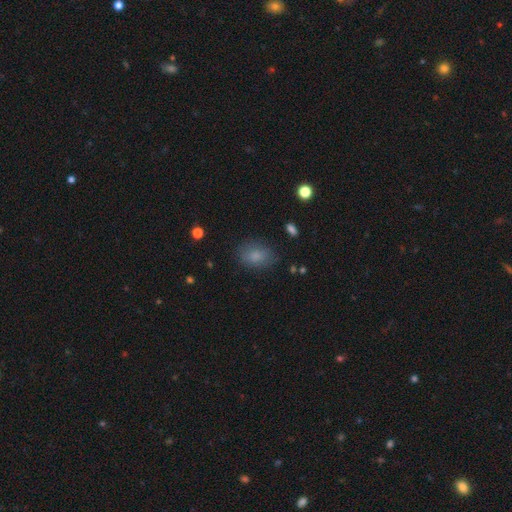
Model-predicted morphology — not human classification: Smooth or featured?
  - smooth: 81% *
  - star or artifact: 10%
  - featured or disk: 8%
How rounded?
  - in between: 75% *
  - round: 23%
  - cigar-shaped: 1%
Merging?
  - none: 79% *
  - minor disturbance: 15%
  - major disturbance: 5%
  - merger: 1%